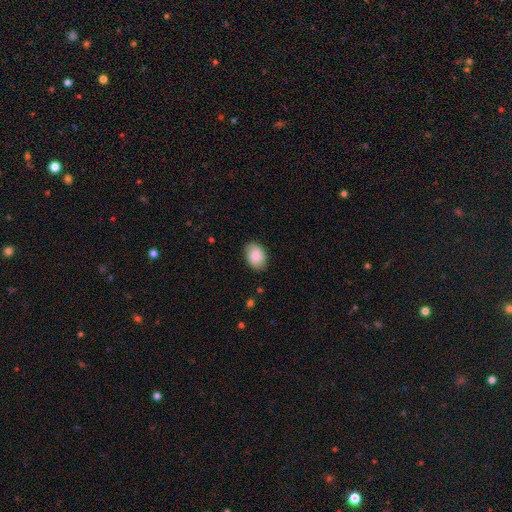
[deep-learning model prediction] This appears to be a smooth galaxy with no disk features (87%) that is in between round and cigar-shaped (78%). Merging: none (82%).